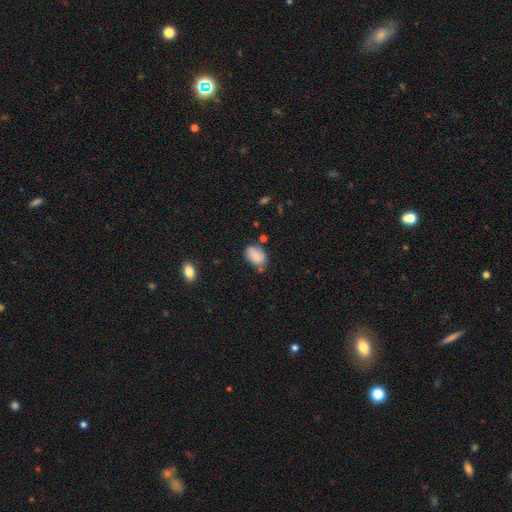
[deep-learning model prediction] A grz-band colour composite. It shows a smooth galaxy with no disk features (82%) that is in between round and cigar-shaped (83%). Merging: none (58%).